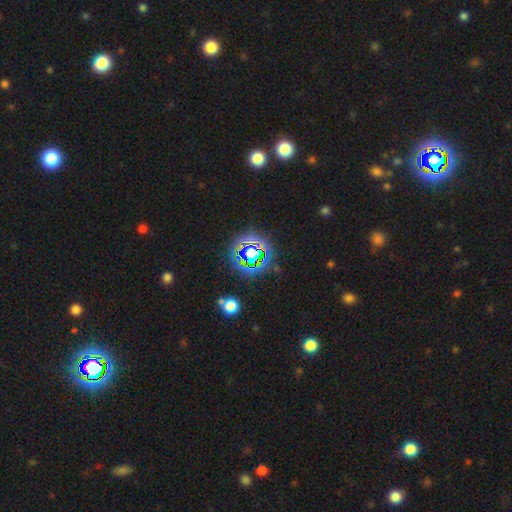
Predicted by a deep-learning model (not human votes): A star or artifact, not a galaxy (77%).